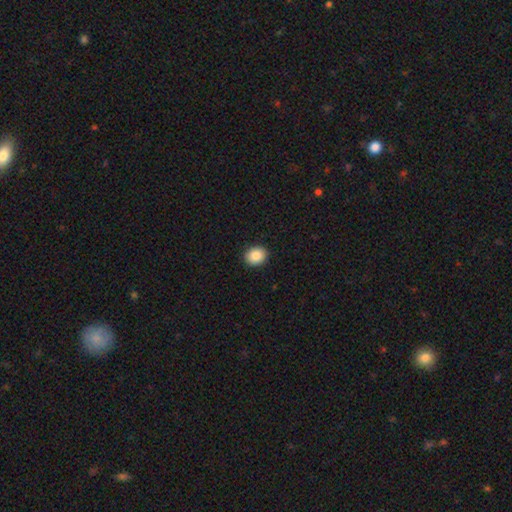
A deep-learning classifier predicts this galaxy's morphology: Smooth or featured: smooth — 88% (star or artifact — 8%)
How rounded: round — 59% (in between — 40%)
Merging: none — 91% (minor disturbance — 6%)